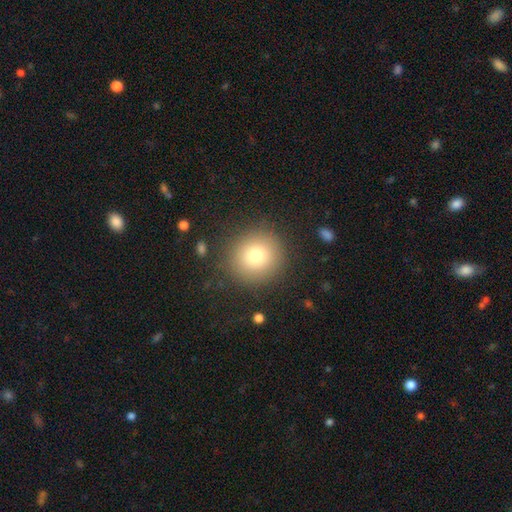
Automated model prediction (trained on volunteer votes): Smooth or featured?
  - smooth: 77% *
  - star or artifact: 12%
  - featured or disk: 11%
How rounded?
  - round: 92% *
  - in between: 7%
  - cigar-shaped: 1%
Merging?
  - none: 88% *
  - minor disturbance: 7%
  - major disturbance: 3%
  - merger: 1%